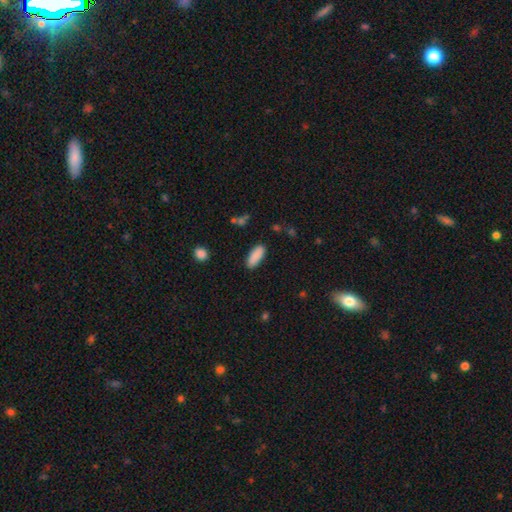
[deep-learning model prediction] This appears to be a smooth galaxy with no disk features (89%) that is in between round and cigar-shaped (69%). Merging: none (86%).